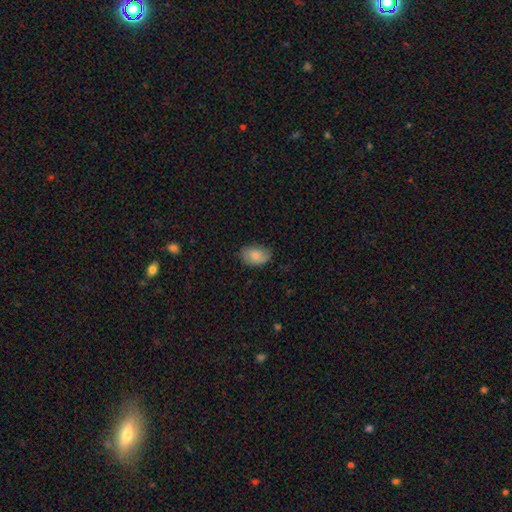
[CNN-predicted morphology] smooth_or_featured: smooth (p=0.80) [alt: featured or disk p=0.13]
how_rounded: in between (p=0.87) [alt: round p=0.12]
merging: none (p=0.71) [alt: minor disturbance p=0.23]